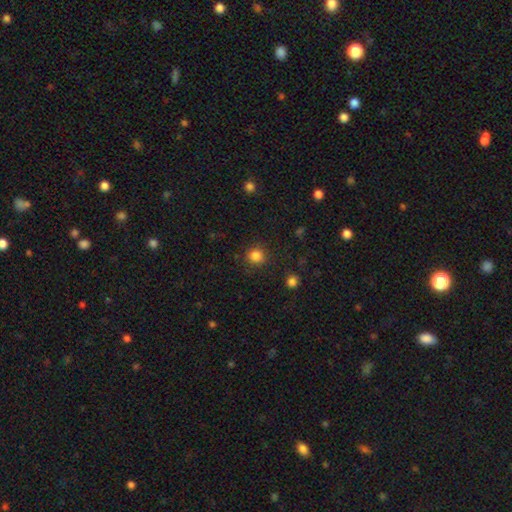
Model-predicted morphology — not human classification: A smooth galaxy with no disk features (84%) that is round (89%).

Vote fractions:
- Smooth or featured? smooth: 84% / star or artifact: 12% / featured or disk: 4%
- How rounded? round: 89% / in between: 10% / cigar-shaped: 1%
- Merging? none: 87% / minor disturbance: 8% / major disturbance: 3% / merger: 2%